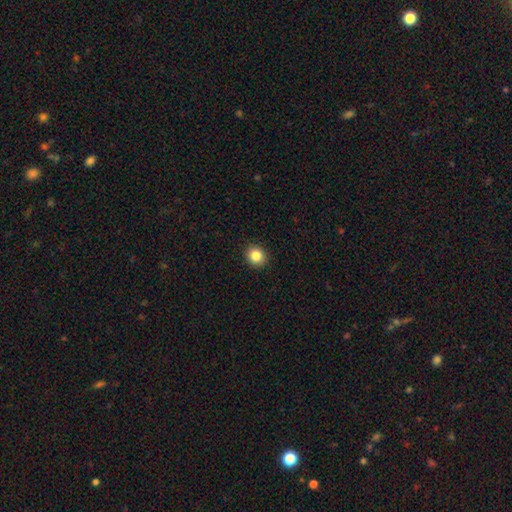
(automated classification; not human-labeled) Morphology: type=smooth (84%); roundness=round (82%); merging=none (92%).